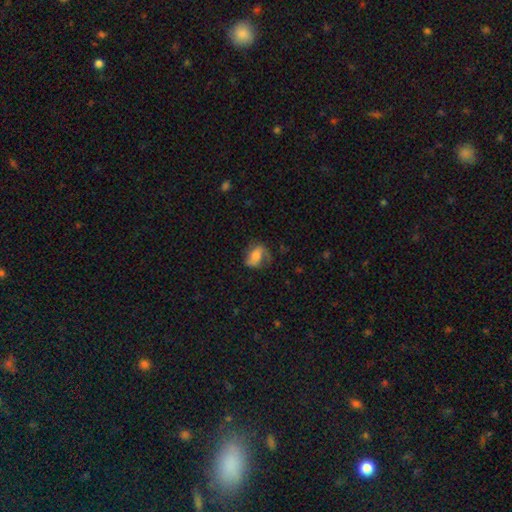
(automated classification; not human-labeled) Smooth or featured?
  - smooth: 47% *
  - featured or disk: 44%
  - star or artifact: 9%
Merging?
  - none: 53% *
  - minor disturbance: 27%
  - major disturbance: 18%
  - merger: 2%